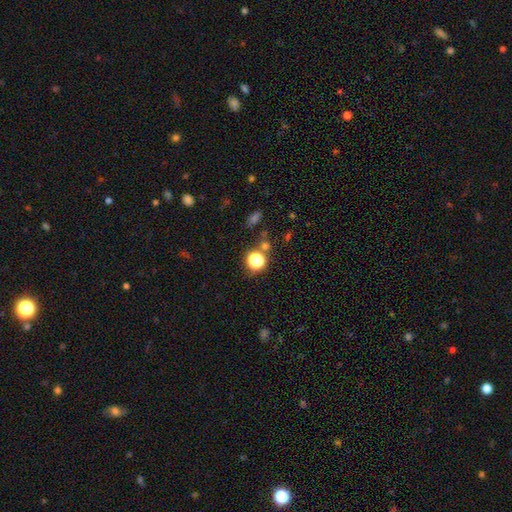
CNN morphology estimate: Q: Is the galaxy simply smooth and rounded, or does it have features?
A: star or artifact — 55%.